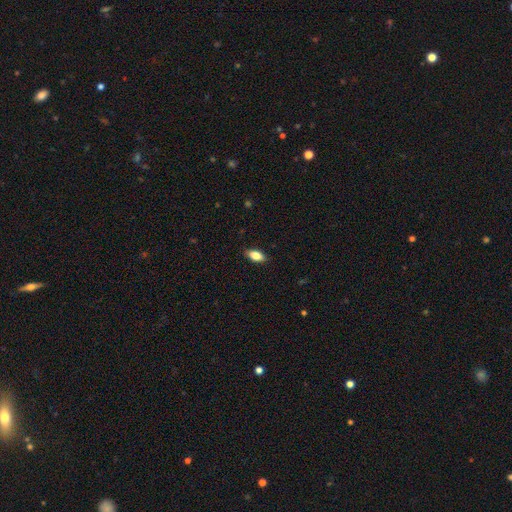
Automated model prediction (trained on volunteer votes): A smooth galaxy with no disk features (80%) that is in between round and cigar-shaped (88%). Merging: none (88%).